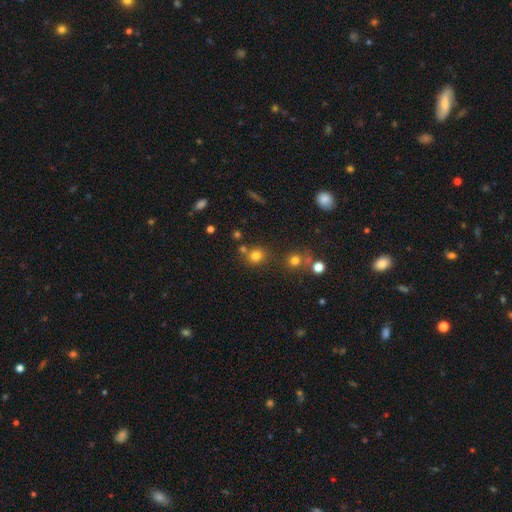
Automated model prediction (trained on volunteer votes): A smooth galaxy with no disk features (76%) that is round (83%).

Vote fractions:
- Smooth or featured? smooth: 76% / star or artifact: 17% / featured or disk: 7%
- How rounded? round: 83% / in between: 16% / cigar-shaped: 1%
- Merging? none: 69% / merger: 16% / minor disturbance: 10% / major disturbance: 4%